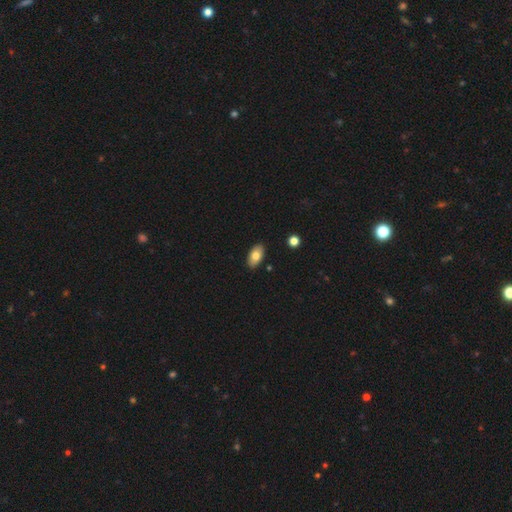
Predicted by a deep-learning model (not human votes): This is likely a smooth galaxy (78%). How rounded: clearly in between (94%). Merging: clearly none (88%).